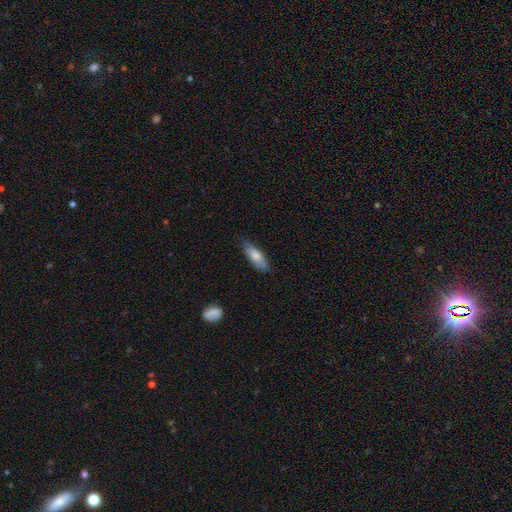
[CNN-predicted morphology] Overall: smooth (76%). How rounded: in between (56%; cigar-shaped 42%). Merging: none (71%).